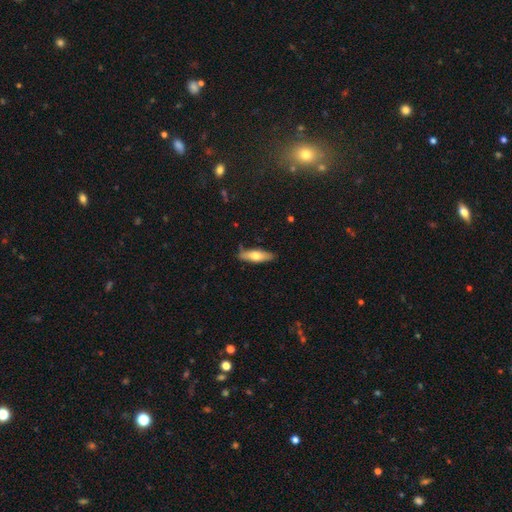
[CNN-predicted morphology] A smooth galaxy with no disk features (61%) that is cigar-shaped (56%). Merging: none (81%).